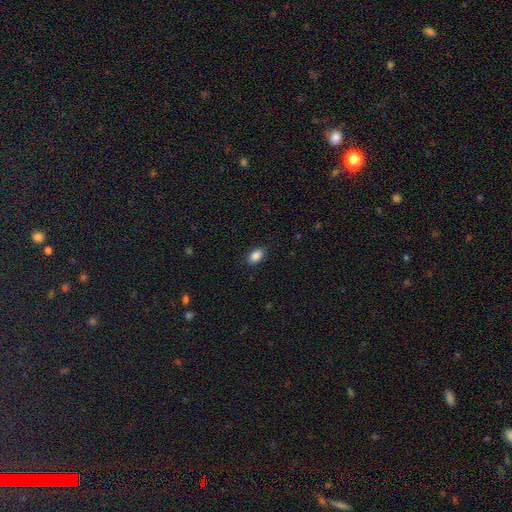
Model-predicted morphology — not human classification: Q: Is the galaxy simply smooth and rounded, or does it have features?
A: smooth — 88%.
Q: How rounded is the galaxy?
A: in between — 90%.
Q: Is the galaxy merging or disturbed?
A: none — 87%.